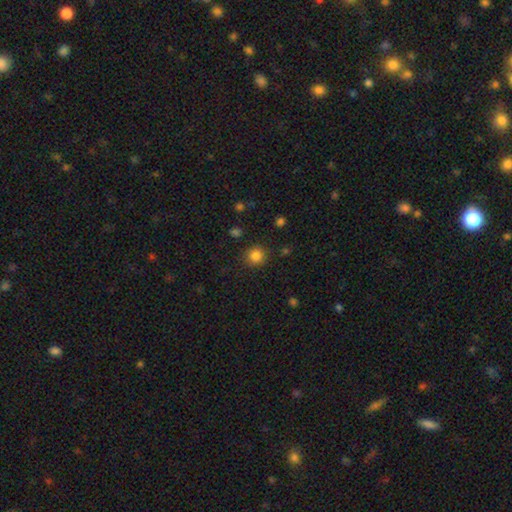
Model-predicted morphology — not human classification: Overall: smooth (84%). How rounded: round (90%). Merging: none (87%).